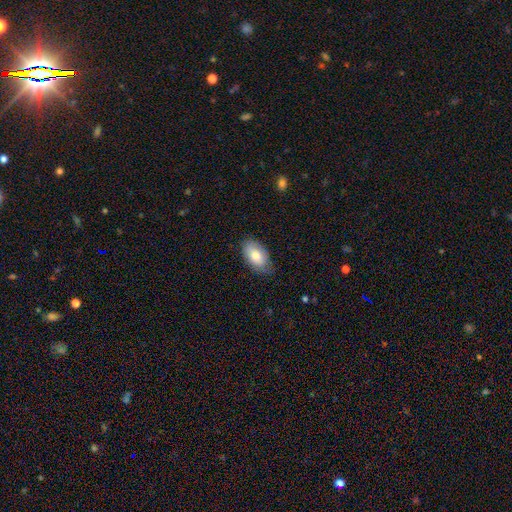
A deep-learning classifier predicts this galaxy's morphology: smooth-or-featured: smooth: 78% | featured or disk: 16% | star or artifact: 6%
  how-rounded: in between: 94% | round: 5% | cigar-shaped: 2%
  merging: none: 75% | minor disturbance: 21% | major disturbance: 3% | merger: 1%